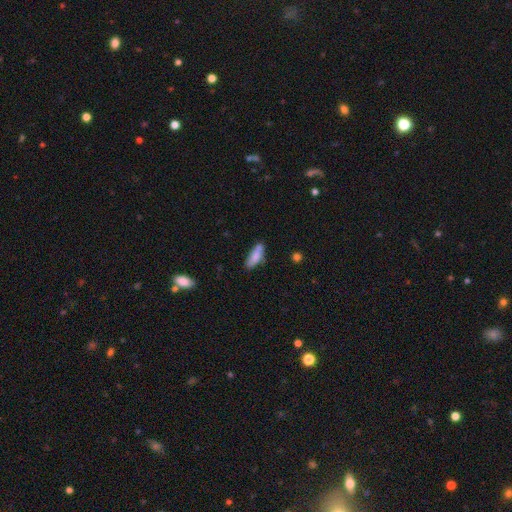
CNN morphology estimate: smooth_or_featured: smooth (p=0.77) [alt: featured or disk p=0.15]
how_rounded: in between (p=0.60) [alt: cigar-shaped p=0.37]
merging: none (p=0.59) [alt: minor disturbance p=0.23]